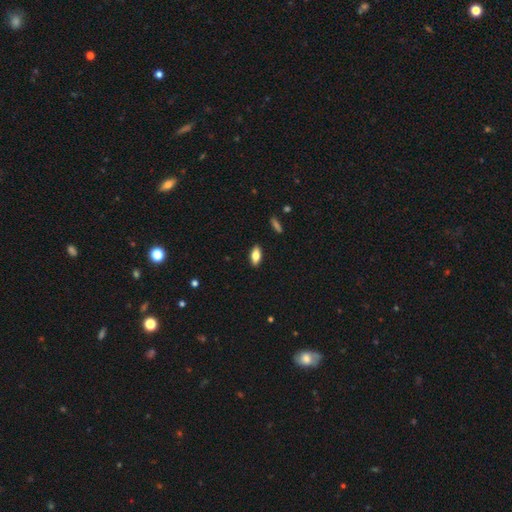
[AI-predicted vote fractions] The model was most divided on "smooth or featured": smooth: 77%, featured or disk: 16%, star or artifact: 7%. More confident: merging — none (89%); how rounded — in between (86%).